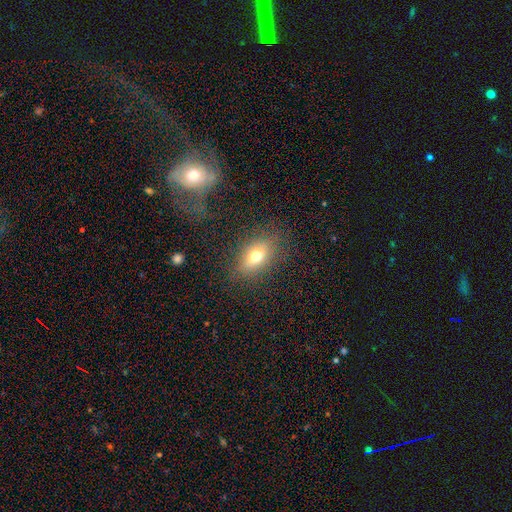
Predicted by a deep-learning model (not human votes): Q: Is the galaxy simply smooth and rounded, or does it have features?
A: smooth — 69%.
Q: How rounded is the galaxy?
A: in between — 76%.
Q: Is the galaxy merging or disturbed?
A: none — 82%.